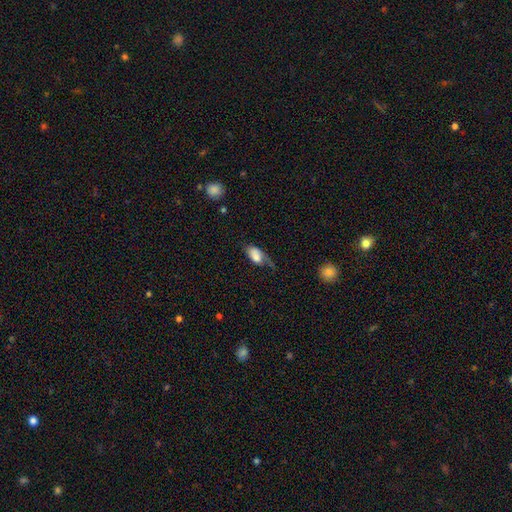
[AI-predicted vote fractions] A smooth galaxy with no disk features (72%) that is in between round and cigar-shaped (90%).

Vote fractions:
- Smooth or featured? smooth: 72% / featured or disk: 20% / star or artifact: 8%
- How rounded? in between: 90% / round: 5% / cigar-shaped: 4%
- Merging? major disturbance: 35% / minor disturbance: 31% / none: 30% / merger: 4%